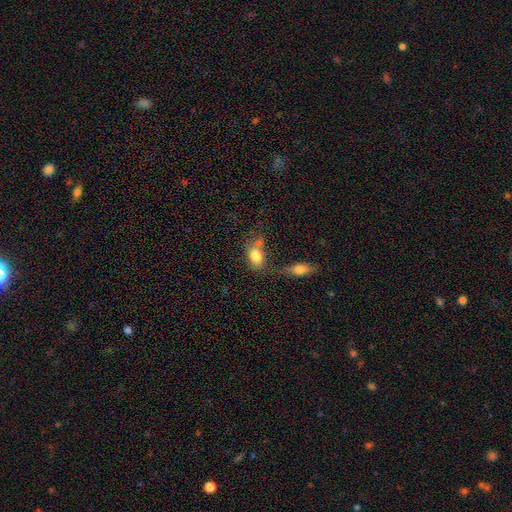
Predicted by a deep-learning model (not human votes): This is clearly a smooth galaxy (80%). How rounded: likely in between (78%). Merging: marginally none (38%).